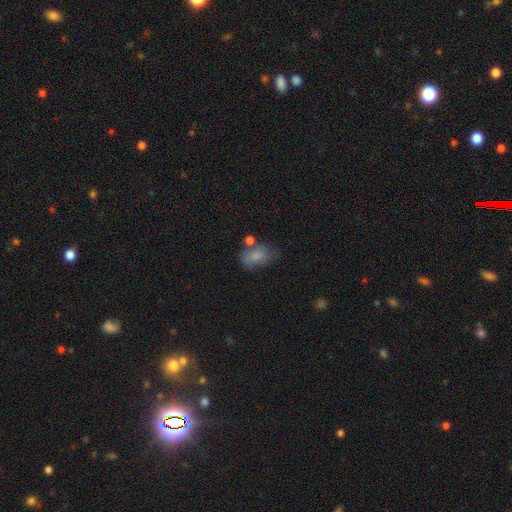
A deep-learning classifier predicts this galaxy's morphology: Smooth or featured?
  - smooth: 78% *
  - featured or disk: 13%
  - star or artifact: 10%
How rounded?
  - in between: 83% *
  - round: 15%
  - cigar-shaped: 2%
Merging?
  - none: 45% *
  - minor disturbance: 26%
  - merger: 18%
  - major disturbance: 12%